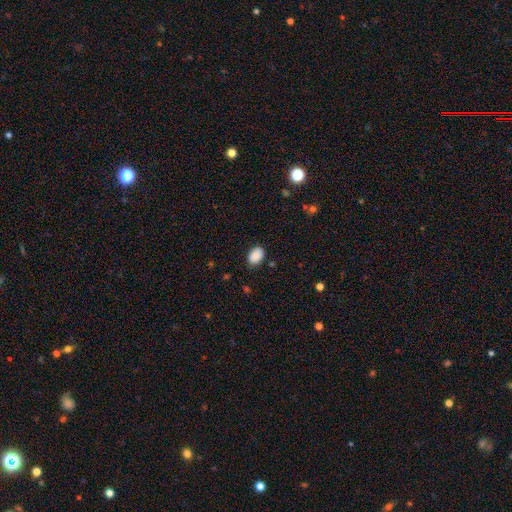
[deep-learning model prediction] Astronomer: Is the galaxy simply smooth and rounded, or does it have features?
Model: smooth — 89%.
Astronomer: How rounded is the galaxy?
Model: in between — 81%.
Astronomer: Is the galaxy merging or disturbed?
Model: none — 84%.